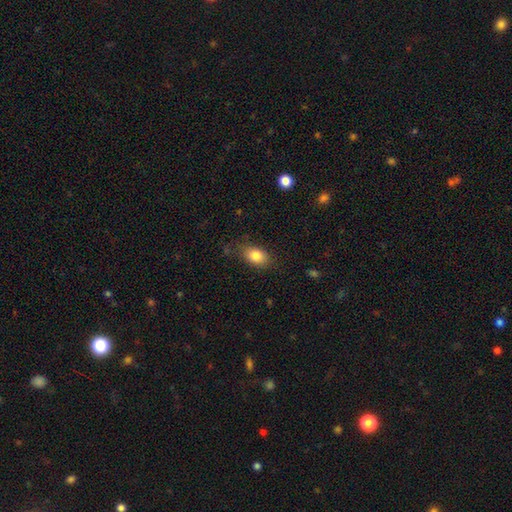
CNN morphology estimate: A smooth galaxy with no disk features (83%) that is in between round and cigar-shaped (84%).

Vote fractions:
- Smooth or featured? smooth: 83% / star or artifact: 8% / featured or disk: 8%
- How rounded? in between: 84% / round: 14% / cigar-shaped: 2%
- Merging? none: 78% / minor disturbance: 16% / major disturbance: 4% / merger: 1%